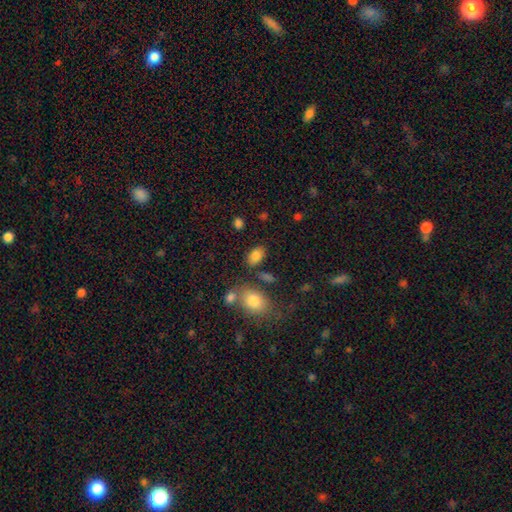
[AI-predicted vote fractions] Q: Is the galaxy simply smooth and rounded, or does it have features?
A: smooth — 83%.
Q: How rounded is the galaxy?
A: in between — 88%.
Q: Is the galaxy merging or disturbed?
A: none — 74%.